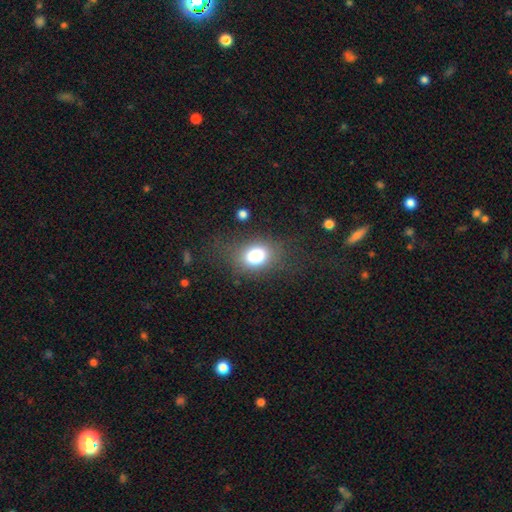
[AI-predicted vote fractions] A smooth galaxy with no disk features (79%) that is in between round and cigar-shaped (63%).

Vote fractions:
- Smooth or featured? smooth: 79% / featured or disk: 10% / star or artifact: 10%
- How rounded? in between: 63% / round: 36% / cigar-shaped: 1%
- Merging? none: 69% / minor disturbance: 17% / major disturbance: 12% / merger: 2%